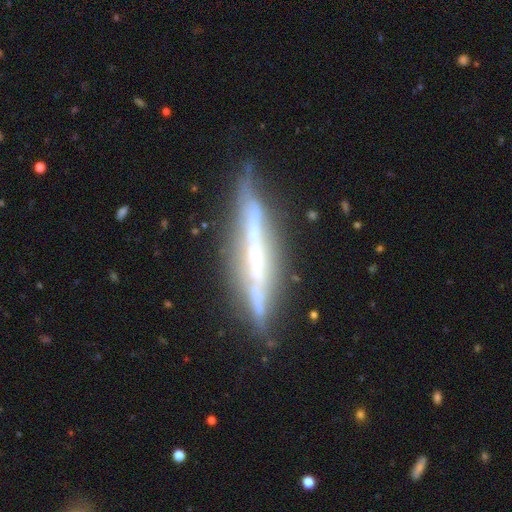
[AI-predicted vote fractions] Overall: featured or disk (80%). Edge-on disk: yes (93%). Edge-on bulge: none (66%). Merging: none (80%).